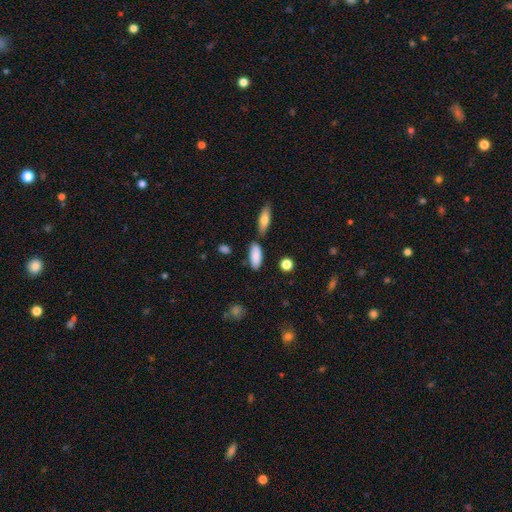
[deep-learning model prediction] Morphology: type=smooth (85%); roundness=in between (81%); merging=none (72%).